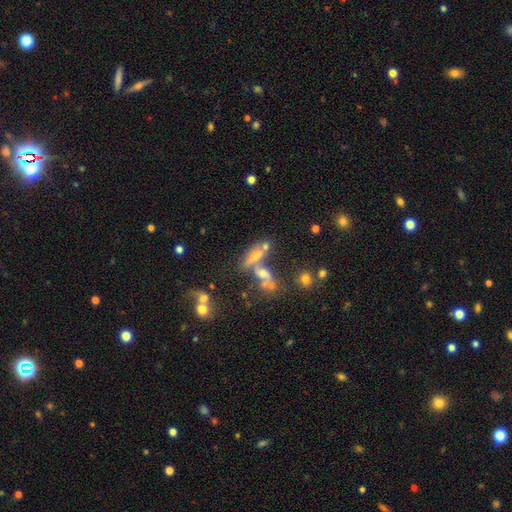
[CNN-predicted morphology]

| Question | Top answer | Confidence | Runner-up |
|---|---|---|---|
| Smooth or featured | smooth | 44% | featured or disk (40%) |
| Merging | merger | 43% | none (36%) |